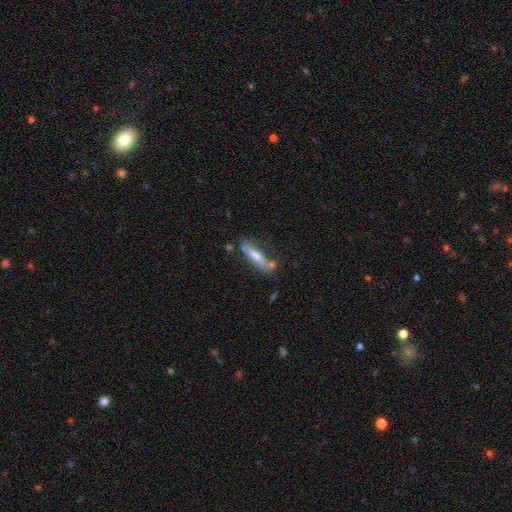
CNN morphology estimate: Overall: smooth (53%; featured or disk 41%). How rounded: cigar-shaped (80%). Merging: none (64%).